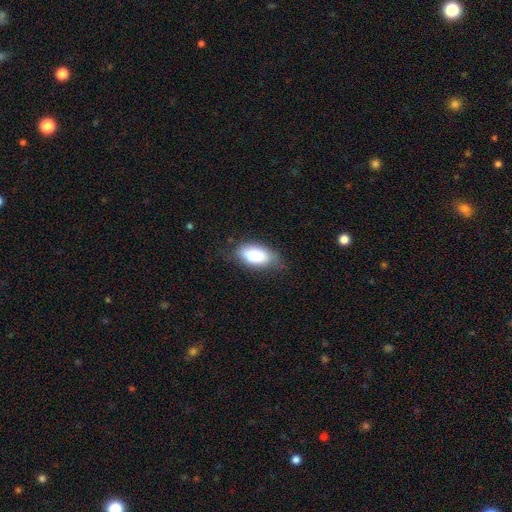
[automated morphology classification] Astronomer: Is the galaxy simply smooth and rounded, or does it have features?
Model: smooth — 83%.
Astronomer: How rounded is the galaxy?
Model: in between — 92%.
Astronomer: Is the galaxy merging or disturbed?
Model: none — 69%.